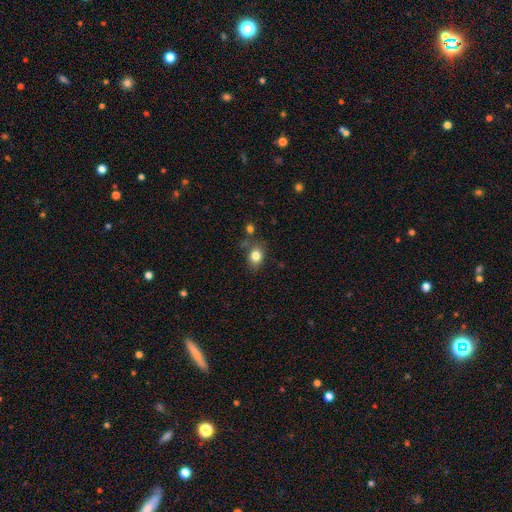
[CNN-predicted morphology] A smooth galaxy with no disk features (81%) that is in between round and cigar-shaped (52%). Merging: none (73%).